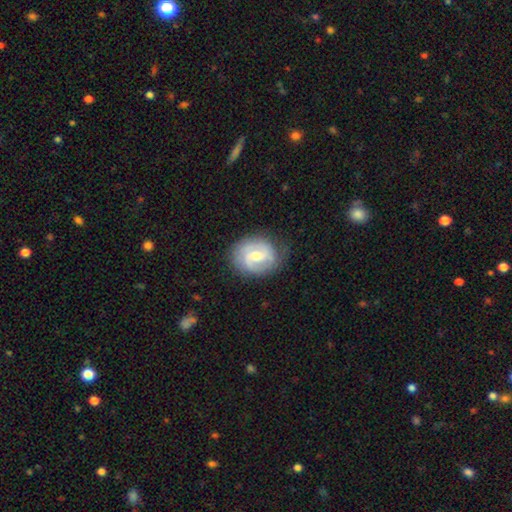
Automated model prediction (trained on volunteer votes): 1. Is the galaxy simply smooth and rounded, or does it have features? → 76% featured or disk, 19% smooth, 5% star or artifact.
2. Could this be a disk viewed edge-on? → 97% no, 3% yes.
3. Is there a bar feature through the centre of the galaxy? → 56% weak, 24% no, 20% strong.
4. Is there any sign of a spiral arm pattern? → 90% yes, 10% no.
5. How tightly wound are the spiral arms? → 46% tight, 41% medium, 14% loose.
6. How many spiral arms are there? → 75% 2, 13% can't tell, 6% 3, 3% 1, 2% 4, 2% more than 4.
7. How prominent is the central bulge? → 62% moderate, 33% small, 3% large, 1% none, 1% dominant.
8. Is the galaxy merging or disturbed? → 77% none, 16% minor disturbance, 5% major disturbance, 1% merger.